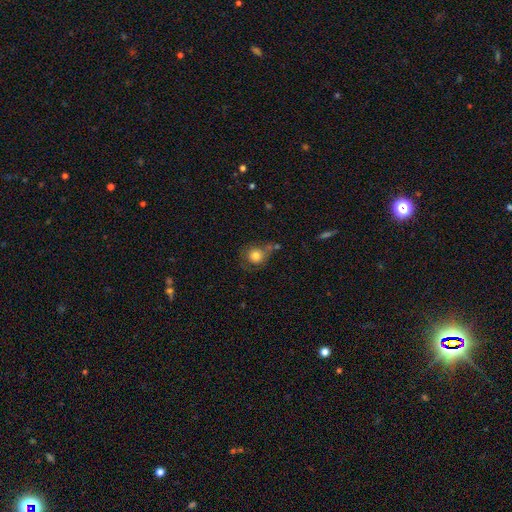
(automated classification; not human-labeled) smooth-or-featured: smooth: 79% | featured or disk: 12% | star or artifact: 10%
  how-rounded: round: 84% | in between: 15% | cigar-shaped: 1%
  merging: none: 55% | minor disturbance: 24% | merger: 12% | major disturbance: 10%